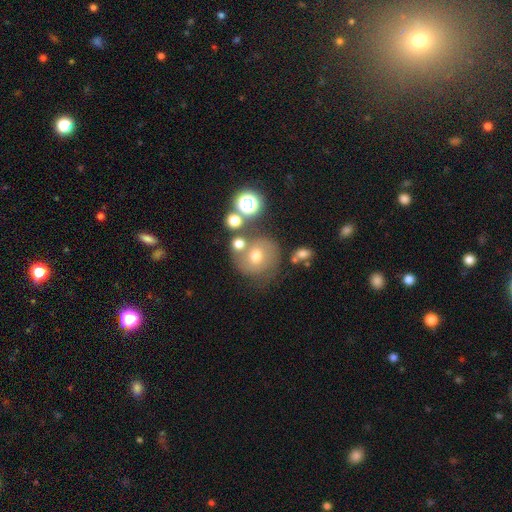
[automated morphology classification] Smooth or featured?
  - smooth: 51% *
  - featured or disk: 32%
  - star or artifact: 17%
How rounded?
  - round: 84% *
  - in between: 15%
  - cigar-shaped: 1%
Merging?
  - none: 58% *
  - merger: 17%
  - minor disturbance: 16%
  - major disturbance: 9%